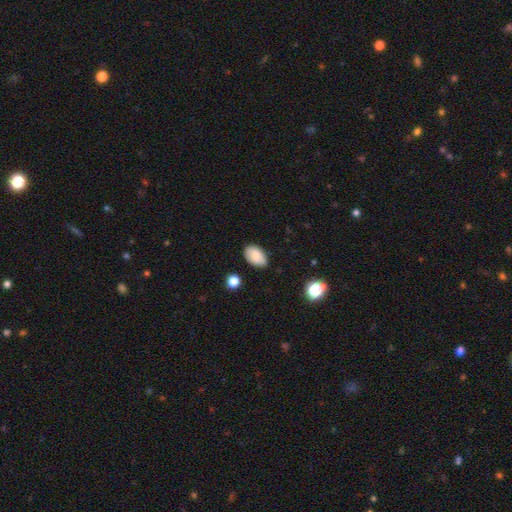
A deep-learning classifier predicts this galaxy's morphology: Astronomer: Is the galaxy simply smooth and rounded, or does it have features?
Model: smooth — 84%.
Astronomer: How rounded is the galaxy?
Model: in between — 92%.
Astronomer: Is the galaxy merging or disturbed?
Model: none — 80%.